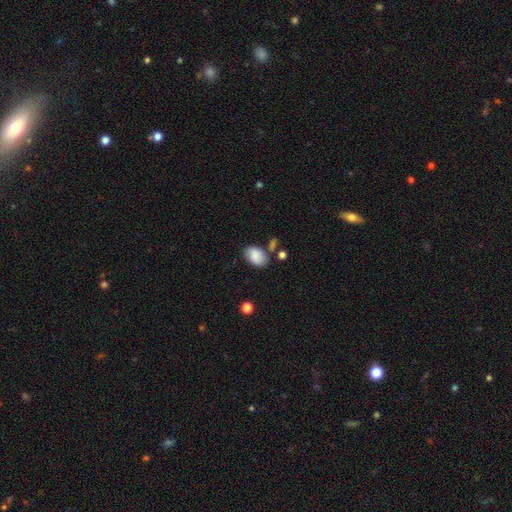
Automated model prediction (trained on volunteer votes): Smooth or featured: smooth — 81% (featured or disk — 11%)
How rounded: in between — 87% (round — 12%)
Merging: none — 64% (minor disturbance — 21%)